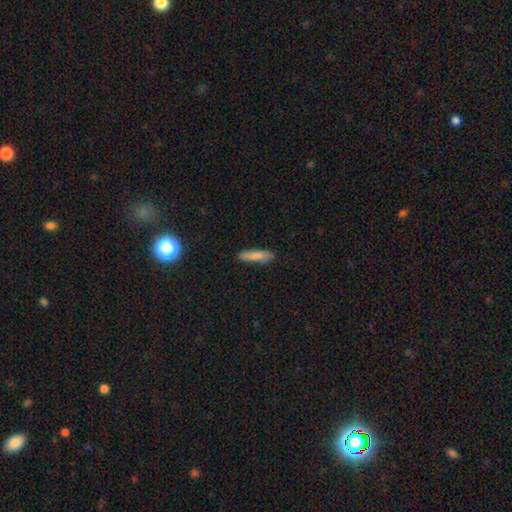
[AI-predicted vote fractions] A smooth galaxy with no disk features (83%) that is cigar-shaped (80%).

Vote fractions:
- Smooth or featured? smooth: 83% / featured or disk: 11% / star or artifact: 6%
- How rounded? cigar-shaped: 80% / in between: 18% / round: 1%
- Merging? none: 83% / minor disturbance: 13% / major disturbance: 2% / merger: 1%